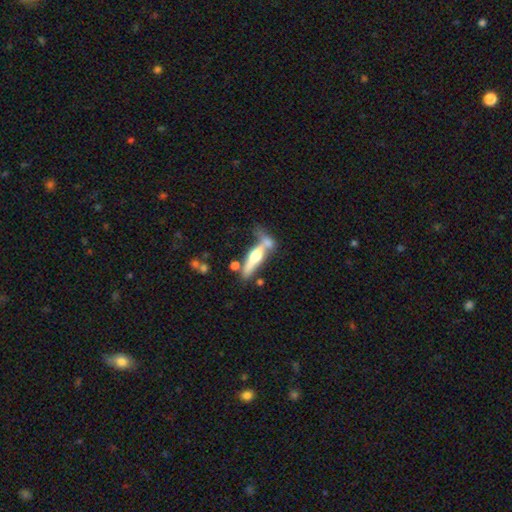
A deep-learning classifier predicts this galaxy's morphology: type=featured or disk (59%); edge-on=yes (87%); edge-on bulge=rounded (92%); merging=none (43%).